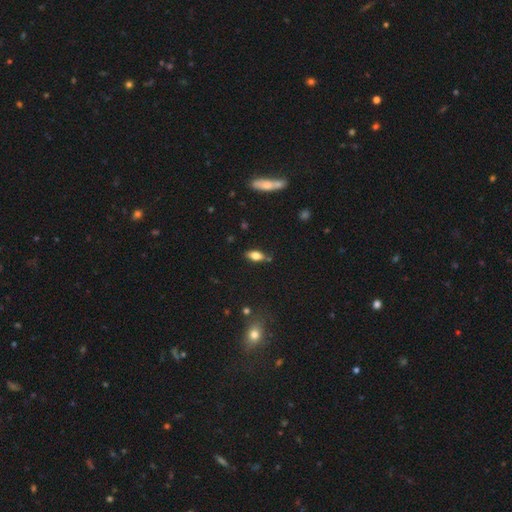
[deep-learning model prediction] smooth_or_featured: smooth (p=0.70) [alt: featured or disk p=0.21]
how_rounded: in between (p=0.81) [alt: cigar-shaped p=0.15]
merging: none (p=0.75) [alt: minor disturbance p=0.15]